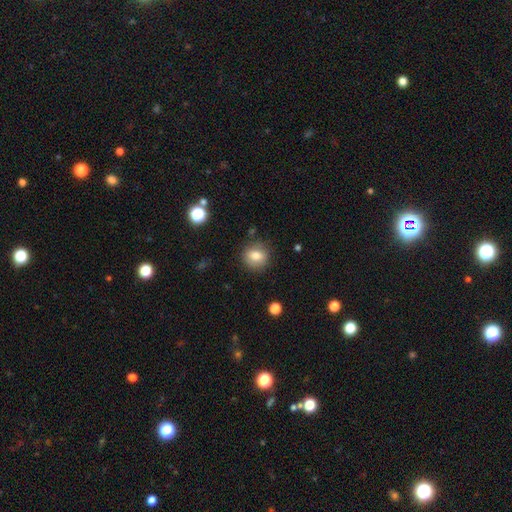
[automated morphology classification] This is clearly a smooth galaxy (81%). How rounded: likely round (77%). Merging: clearly none (84%).